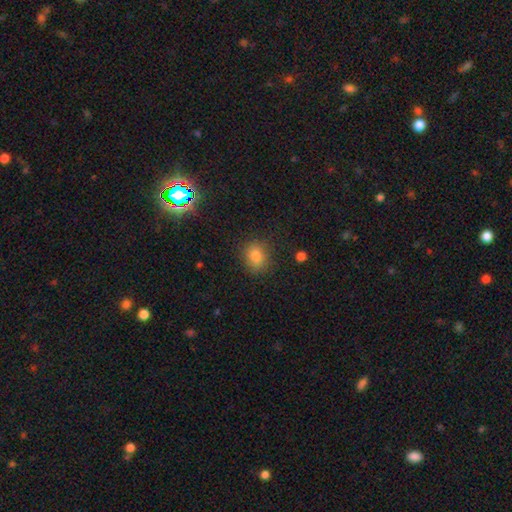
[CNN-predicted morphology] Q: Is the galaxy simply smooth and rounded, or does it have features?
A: smooth — 79%.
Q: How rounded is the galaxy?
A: round — 58%.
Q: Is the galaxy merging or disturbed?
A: none — 82%.